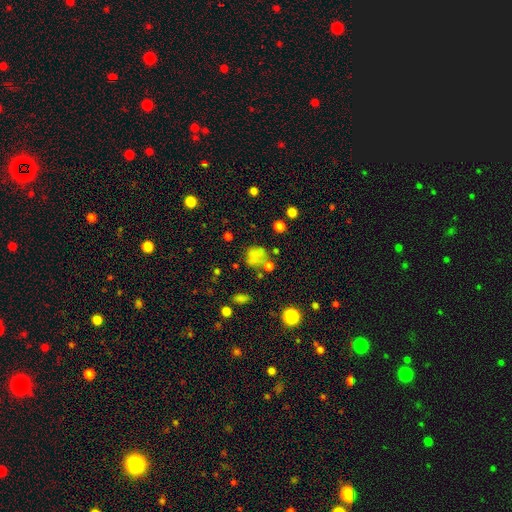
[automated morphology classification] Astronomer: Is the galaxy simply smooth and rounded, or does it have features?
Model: smooth — 63%.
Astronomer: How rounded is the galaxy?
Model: round — 58% (runner-up: in between, 41%).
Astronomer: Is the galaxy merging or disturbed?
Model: none — 46% (runner-up: minor disturbance, 21%).